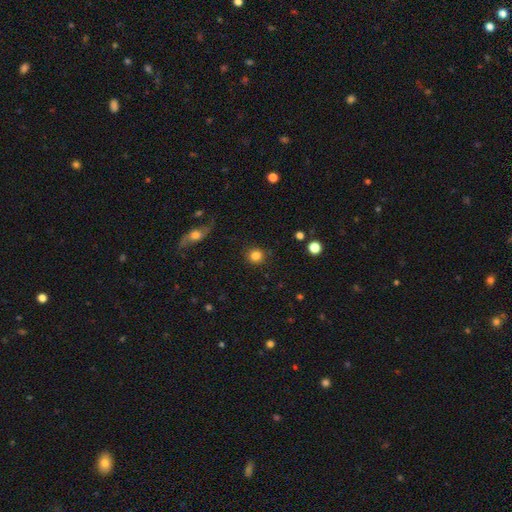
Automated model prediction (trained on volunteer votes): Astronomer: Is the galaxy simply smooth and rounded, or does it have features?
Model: smooth — 84%.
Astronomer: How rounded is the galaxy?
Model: round — 92%.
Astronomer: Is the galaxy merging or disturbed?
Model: none — 90%.